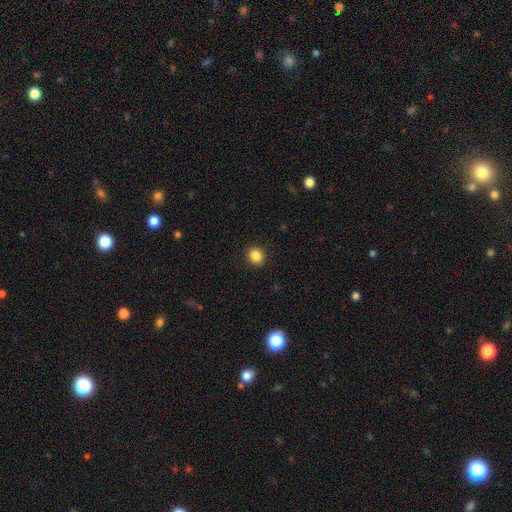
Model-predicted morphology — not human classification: This appears to be a smooth galaxy with no disk features (86%) that is round (81%). Merging: none (91%).